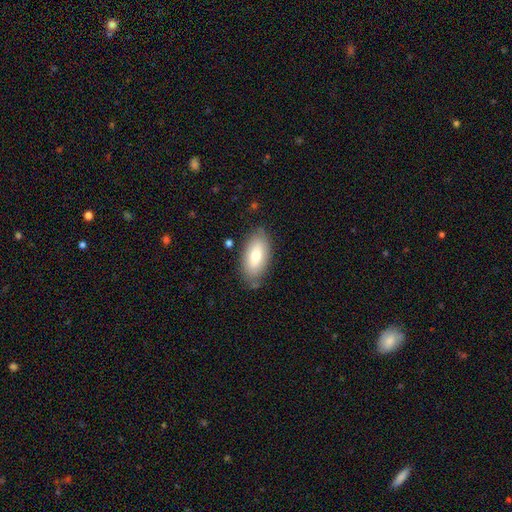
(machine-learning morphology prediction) Q: Smooth or featured?
A: smooth (74%); runner-up: featured or disk (20%)
Q: How rounded?
A: in between (92%); runner-up: cigar-shaped (6%)
Q: Merging?
A: none (80%); runner-up: minor disturbance (14%)